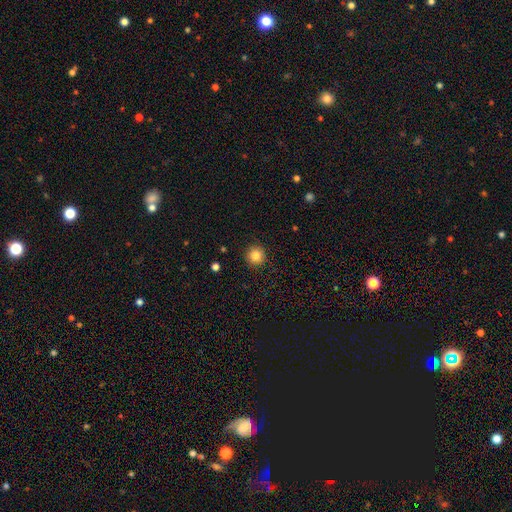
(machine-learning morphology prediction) Smooth or featured? smooth (84%)
How rounded? round (95%)
Merging? none (92%)